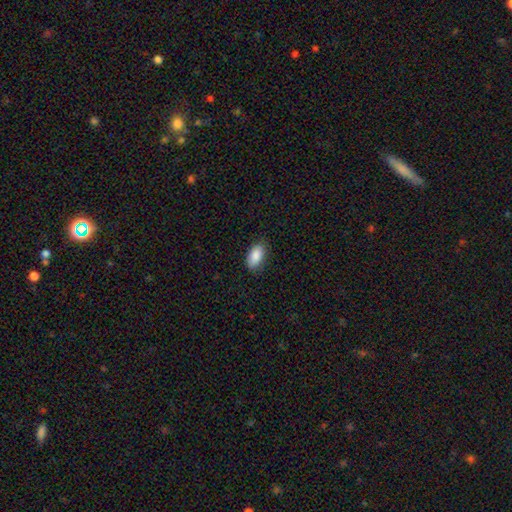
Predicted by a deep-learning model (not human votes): Smooth or featured?
  - smooth: 88% *
  - star or artifact: 7%
  - featured or disk: 5%
How rounded?
  - in between: 93% *
  - cigar-shaped: 4%
  - round: 3%
Merging?
  - none: 83% *
  - minor disturbance: 13%
  - major disturbance: 3%
  - merger: 1%